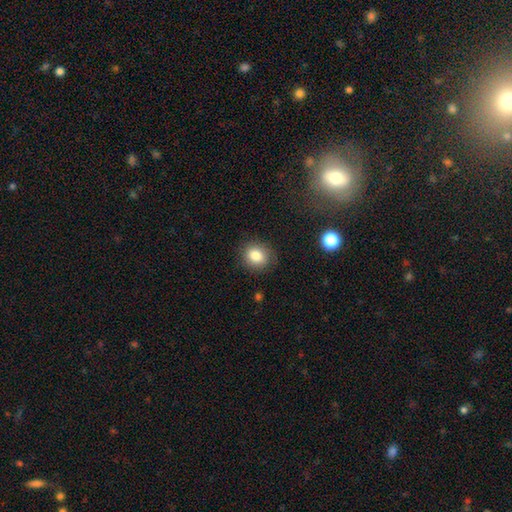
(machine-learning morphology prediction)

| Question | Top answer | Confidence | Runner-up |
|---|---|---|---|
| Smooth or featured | smooth | 83% | star or artifact (10%) |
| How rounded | round | 72% | in between (27%) |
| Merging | none | 86% | minor disturbance (10%) |